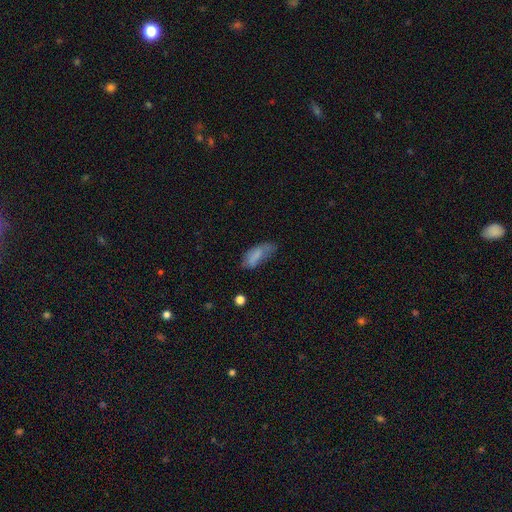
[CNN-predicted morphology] This is likely a smooth galaxy (74%). How rounded: likely in between (78%). Merging: marginally none (42%).